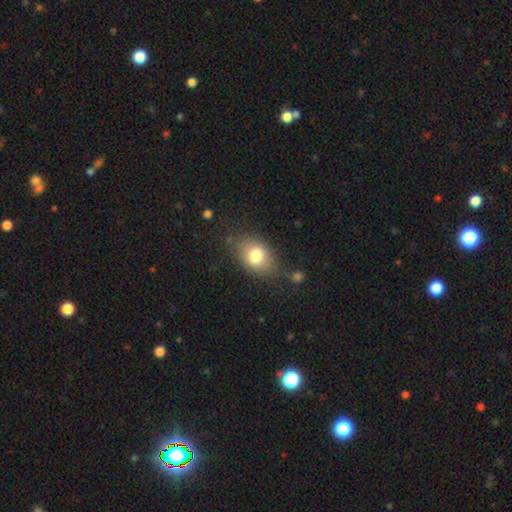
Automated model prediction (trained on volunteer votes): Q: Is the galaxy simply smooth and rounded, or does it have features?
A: smooth — 77%.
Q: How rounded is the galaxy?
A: in between — 77%.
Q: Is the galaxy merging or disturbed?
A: none — 72%.